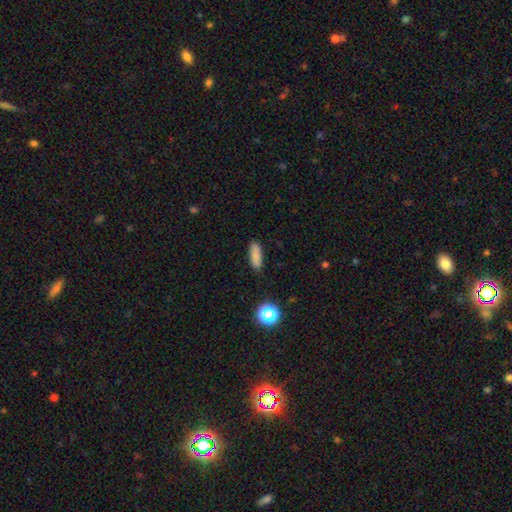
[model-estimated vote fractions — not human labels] This appears to be a smooth galaxy with no disk features (83%) that is in between round and cigar-shaped (53%). Merging: none (86%).